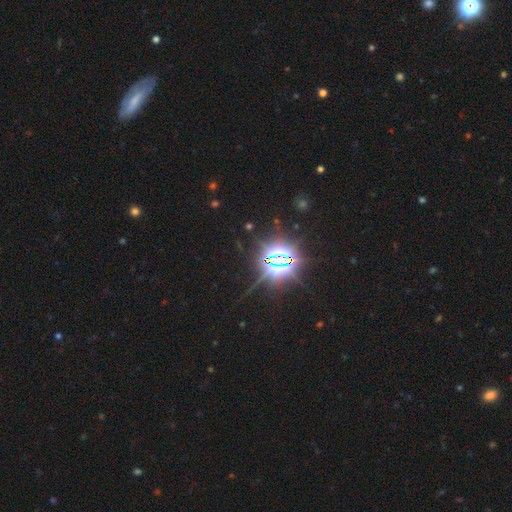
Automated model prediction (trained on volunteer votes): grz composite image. It shows a star or artifact, not a galaxy (86%).